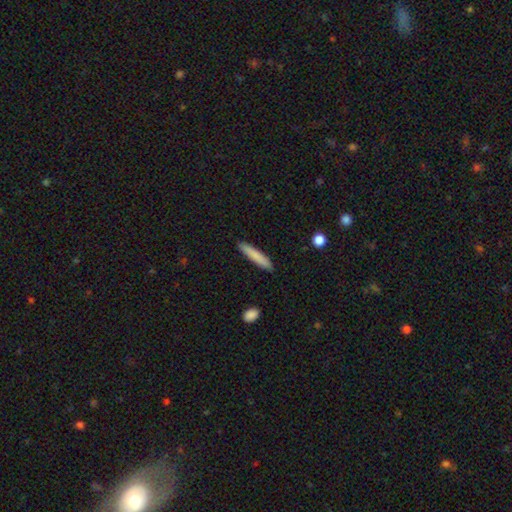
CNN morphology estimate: Q: Smooth or featured?
A: smooth (81%); runner-up: featured or disk (13%)
Q: How rounded?
A: cigar-shaped (92%); runner-up: in between (7%)
Q: Merging?
A: none (90%); runner-up: minor disturbance (7%)